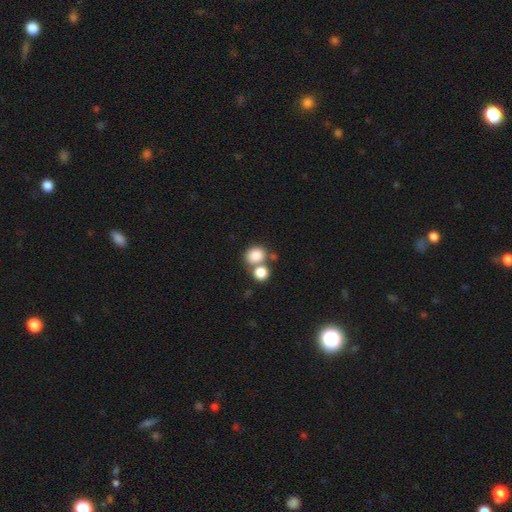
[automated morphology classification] Smooth or featured? Predicted: smooth (p=0.83). How rounded? Predicted: round (p=0.68). Merging? Predicted: none (p=0.48).